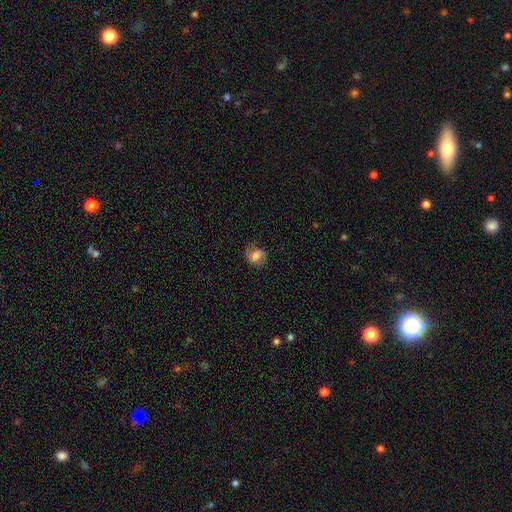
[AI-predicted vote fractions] smooth_or_featured: smooth (p=0.49) [alt: featured or disk p=0.42]
merging: none (p=0.69) [alt: minor disturbance p=0.20]